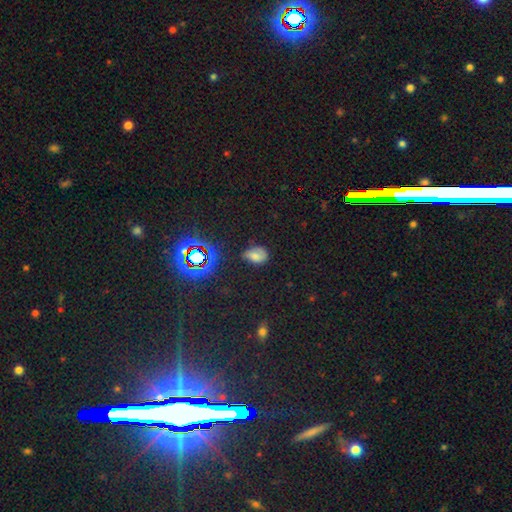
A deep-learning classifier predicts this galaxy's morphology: Overall: smooth (64%). How rounded: in between (76%). Merging: none (59%; minor disturbance 30%).